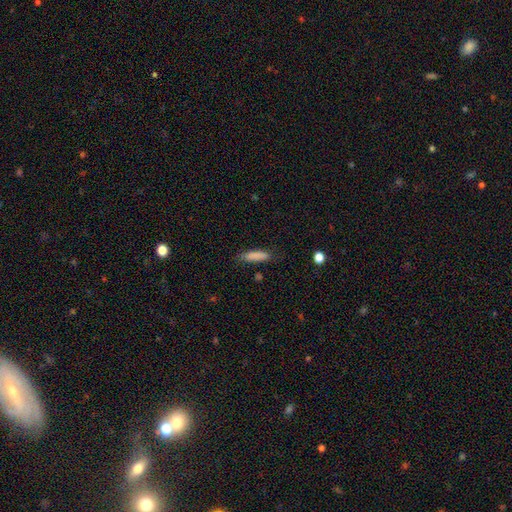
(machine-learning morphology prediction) type=smooth (86%); roundness=cigar-shaped (71%); merging=none (79%).